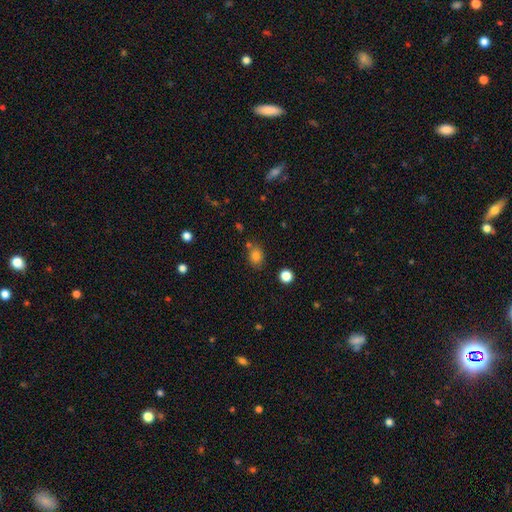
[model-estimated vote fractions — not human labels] Smooth or featured: smooth — 82% (star or artifact — 12%)
How rounded: in between — 55% (round — 44%)
Merging: none — 72% (minor disturbance — 14%)